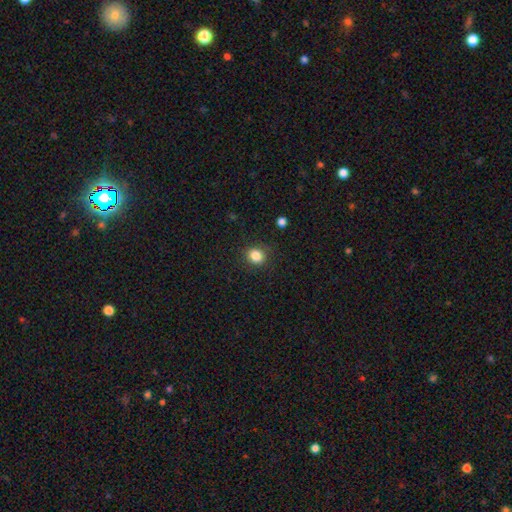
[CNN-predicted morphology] A smooth galaxy with no disk features (84%) that is round (76%).

Vote fractions:
- Smooth or featured? smooth: 84% / star or artifact: 11% / featured or disk: 4%
- How rounded? round: 76% / in between: 23% / cigar-shaped: 1%
- Merging? none: 86% / minor disturbance: 10% / major disturbance: 3% / merger: 1%